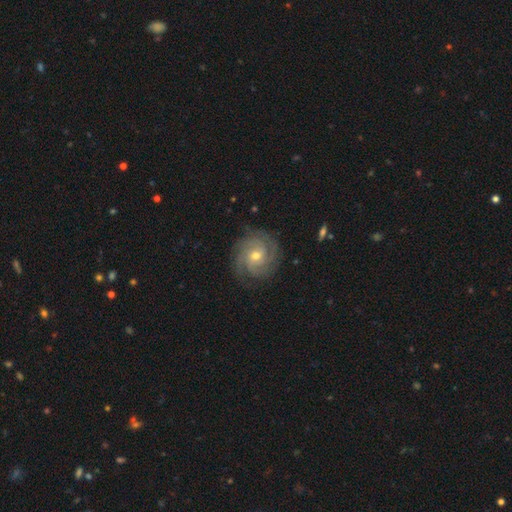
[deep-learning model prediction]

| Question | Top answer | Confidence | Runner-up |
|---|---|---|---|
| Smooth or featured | featured or disk | 84% | smooth (10%) |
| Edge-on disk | no | 97% | yes (3%) |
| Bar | no | 67% | weak (28%) |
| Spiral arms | yes | 97% | no (3%) |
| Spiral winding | tight | 67% | medium (27%) |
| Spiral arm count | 3 | 33% | can't tell (22%) |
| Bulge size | moderate | 52% | small (44%) |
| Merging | none | 82% | minor disturbance (12%) |